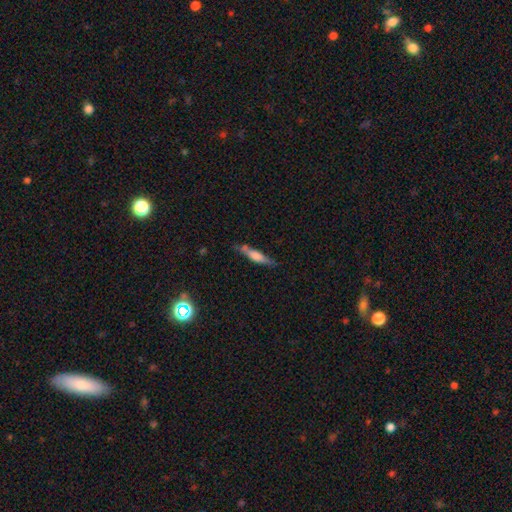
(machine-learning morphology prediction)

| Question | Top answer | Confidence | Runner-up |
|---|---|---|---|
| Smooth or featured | smooth | 56% | featured or disk (37%) |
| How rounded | cigar-shaped | 82% | in between (16%) |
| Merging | none | 69% | minor disturbance (22%) |